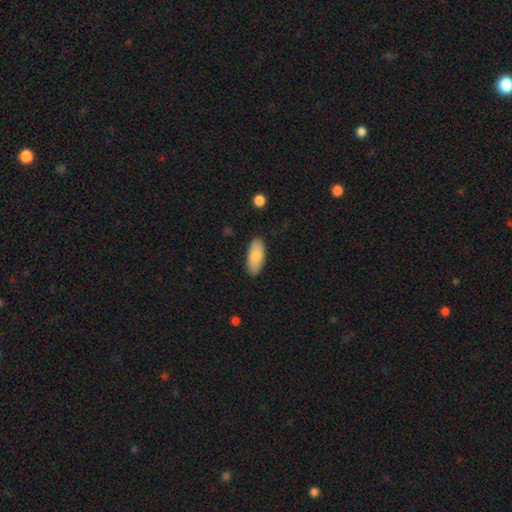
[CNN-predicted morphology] Smooth or featured? smooth (77%)
How rounded? in between (88%)
Merging? none (86%)